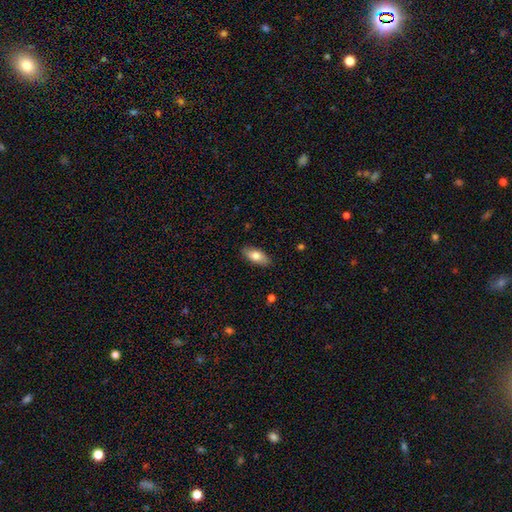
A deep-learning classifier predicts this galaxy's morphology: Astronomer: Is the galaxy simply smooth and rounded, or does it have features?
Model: smooth — 77%.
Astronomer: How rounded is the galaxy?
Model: in between — 87%.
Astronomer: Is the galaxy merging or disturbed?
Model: none — 88%.